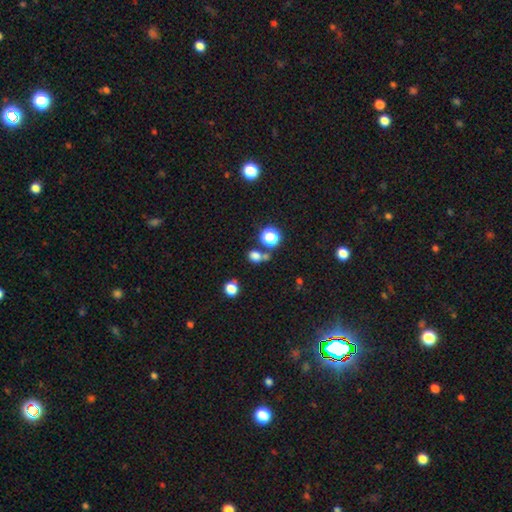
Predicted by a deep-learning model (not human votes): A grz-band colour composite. It shows a smooth galaxy with no disk features (73%) that is round (65%). Merging: none (59%).